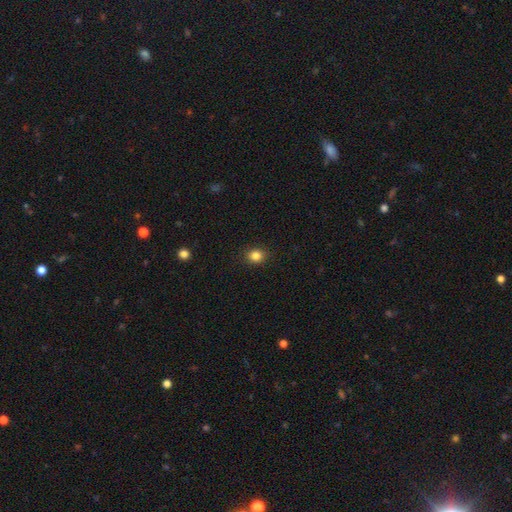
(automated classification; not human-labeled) Morphology: type=smooth (84%); roundness=round (75%); merging=none (89%).